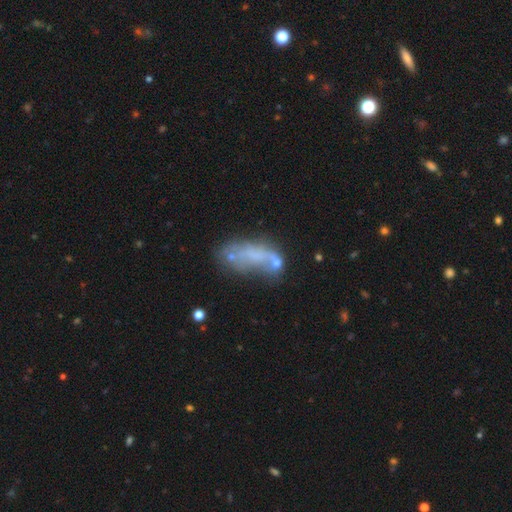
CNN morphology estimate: type=featured or disk (44%); merging=none (29%).